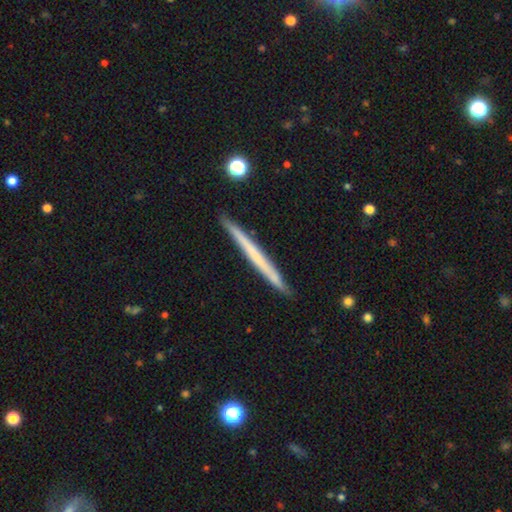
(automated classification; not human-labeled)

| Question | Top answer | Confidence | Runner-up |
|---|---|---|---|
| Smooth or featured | featured or disk | 48% | smooth (46%) |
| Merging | none | 91% | minor disturbance (7%) |